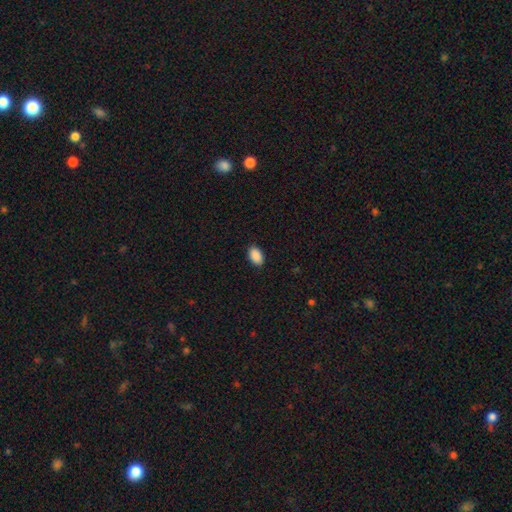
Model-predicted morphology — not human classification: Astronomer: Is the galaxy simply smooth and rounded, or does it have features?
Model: smooth — 91%.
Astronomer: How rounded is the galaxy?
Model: in between — 92%.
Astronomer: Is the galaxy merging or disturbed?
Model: none — 89%.